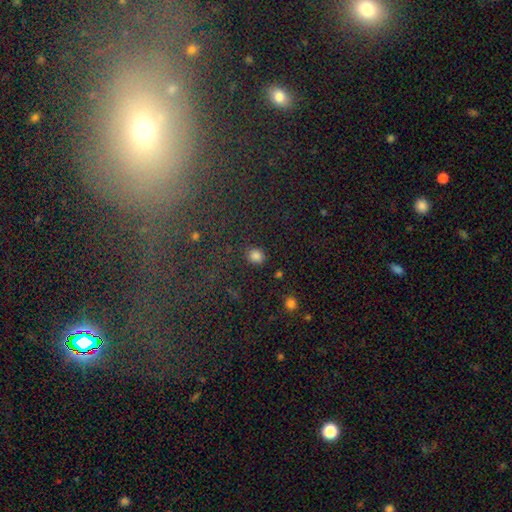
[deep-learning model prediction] Smooth or featured?
  - smooth: 82% *
  - star or artifact: 14%
  - featured or disk: 4%
How rounded?
  - round: 71% *
  - in between: 28%
  - cigar-shaped: 1%
Merging?
  - none: 85% *
  - minor disturbance: 10%
  - major disturbance: 3%
  - merger: 2%